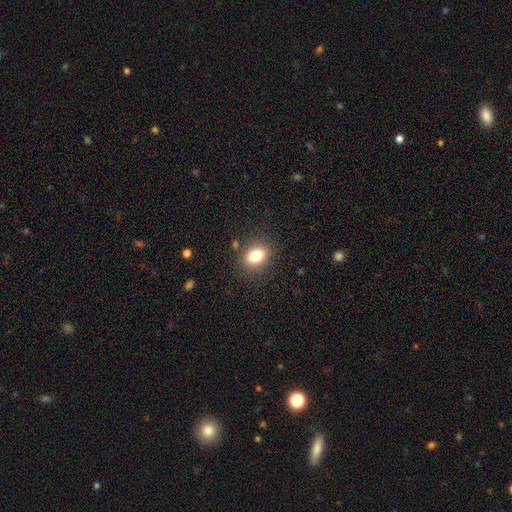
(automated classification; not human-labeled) Smooth or featured: smooth — 82% (star or artifact — 11%)
How rounded: in between — 65% (round — 34%)
Merging: none — 85% (minor disturbance — 10%)